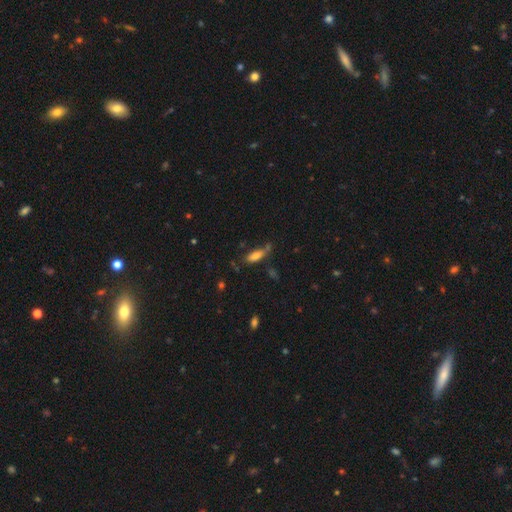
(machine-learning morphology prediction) Smooth or featured? Predicted: smooth (p=0.77). How rounded? Predicted: in between (p=0.62). Merging? Predicted: none (p=0.57).